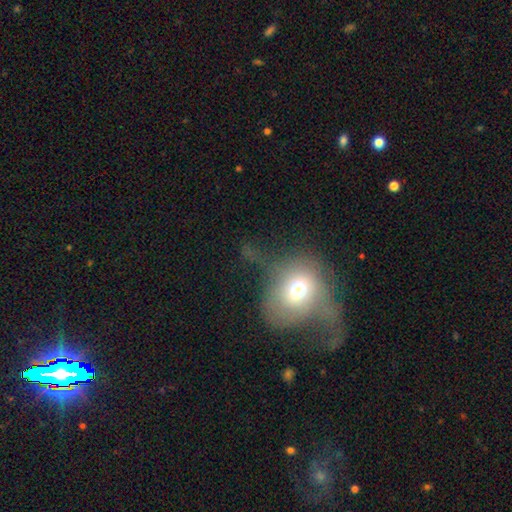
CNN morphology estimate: smooth 52%, featured or disk 33%, star or artifact 16%. Down the decision tree: how rounded — round (66%); merging — major disturbance (47%).